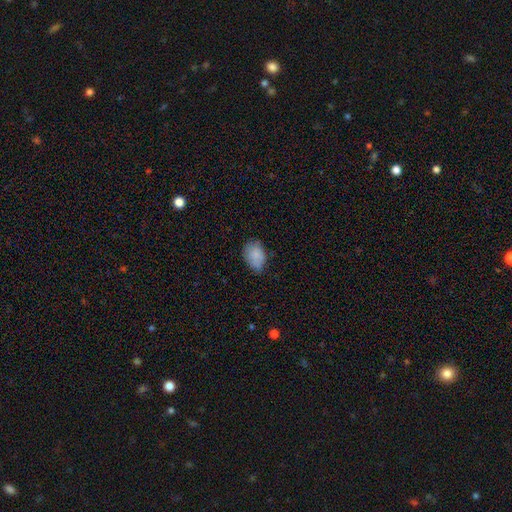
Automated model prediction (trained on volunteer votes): Smooth or featured? Predicted: smooth (p=0.84). How rounded? Predicted: in between (p=0.81). Merging? Predicted: none (p=0.59).